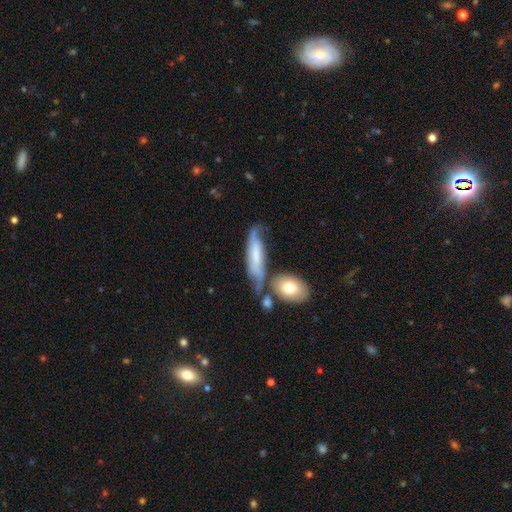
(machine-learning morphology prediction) featured or disk 53%, smooth 41%, star or artifact 7%. Down the decision tree: edge-on disk — no (55%); merging — none (44%).